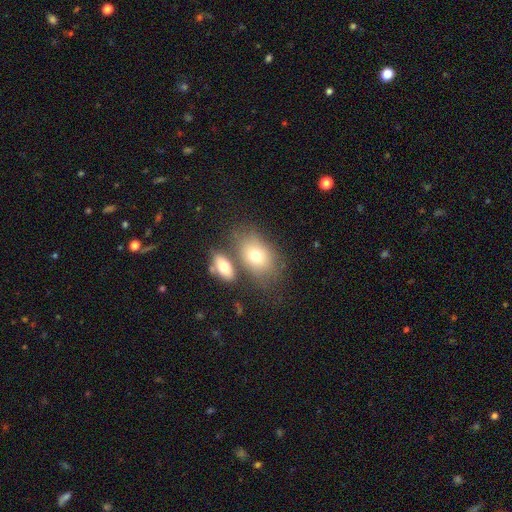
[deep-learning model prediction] Smooth or featured?
  - smooth: 72% *
  - featured or disk: 18%
  - star or artifact: 10%
How rounded?
  - in between: 82% *
  - round: 17%
  - cigar-shaped: 2%
Merging?
  - none: 53% *
  - merger: 26%
  - minor disturbance: 14%
  - major disturbance: 7%